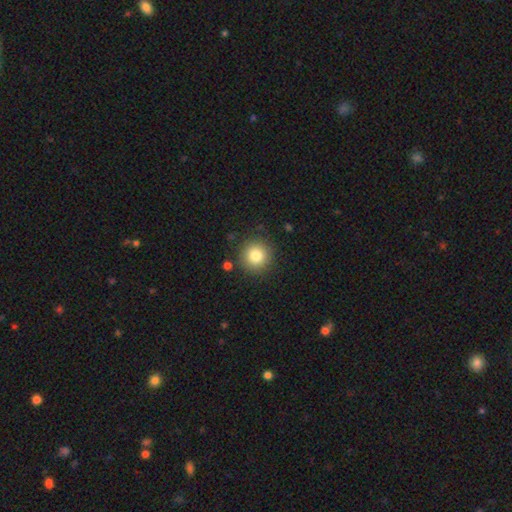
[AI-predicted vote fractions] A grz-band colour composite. It shows a smooth galaxy with no disk features (81%) that is round (95%). Merging: none (88%).